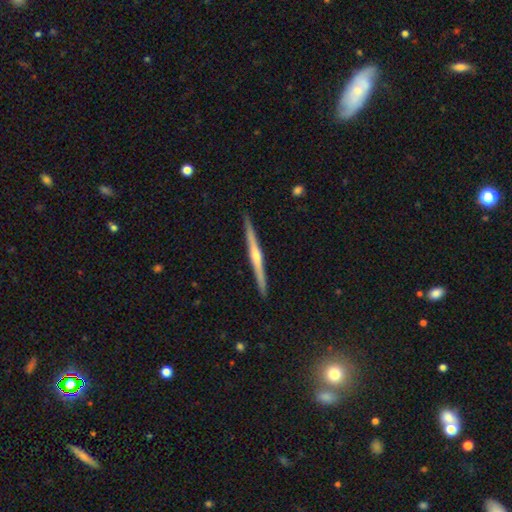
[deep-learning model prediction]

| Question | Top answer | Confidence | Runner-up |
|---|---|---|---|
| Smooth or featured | featured or disk | 81% | smooth (14%) |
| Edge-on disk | yes | 98% | no (2%) |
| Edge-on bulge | rounded | 80% | none (13%) |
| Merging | none | 92% | minor disturbance (5%) |